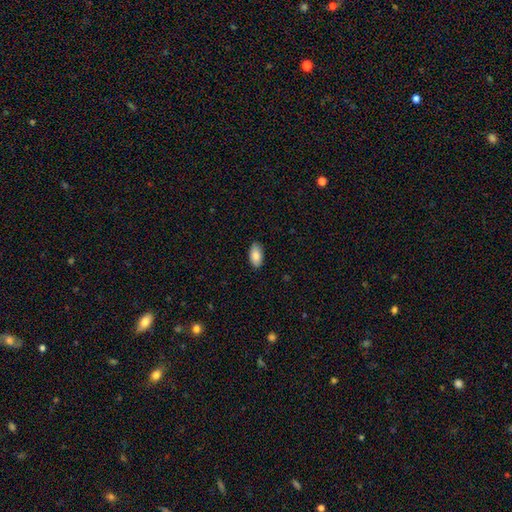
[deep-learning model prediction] Smooth or featured? smooth (86%)
How rounded? in between (94%)
Merging? none (87%)